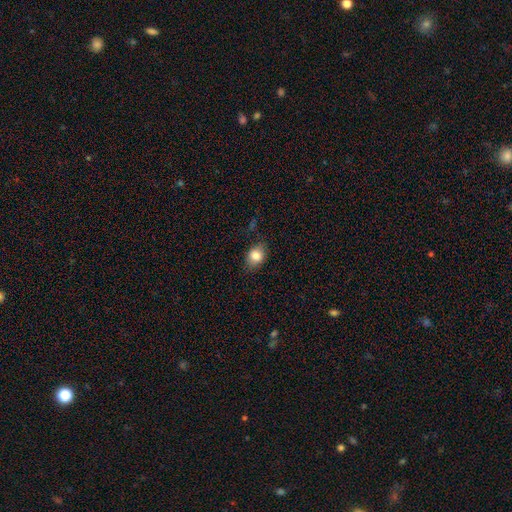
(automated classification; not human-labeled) Overall: smooth (82%). How rounded: in between (62%; round 36%). Merging: none (79%).